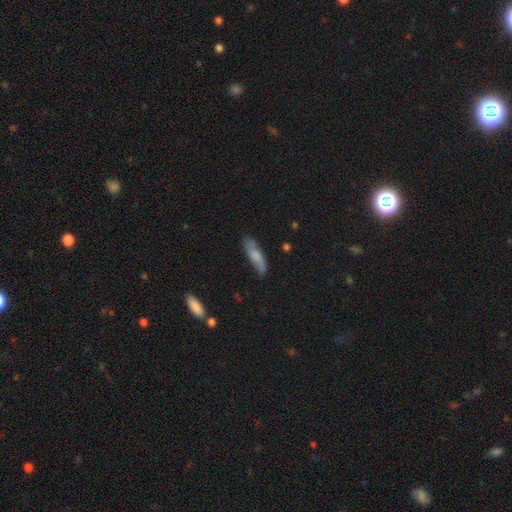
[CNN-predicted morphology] Smooth or featured: smooth — 60% (featured or disk — 33%)
How rounded: cigar-shaped — 60% (in between — 38%)
Merging: none — 68% (minor disturbance — 24%)